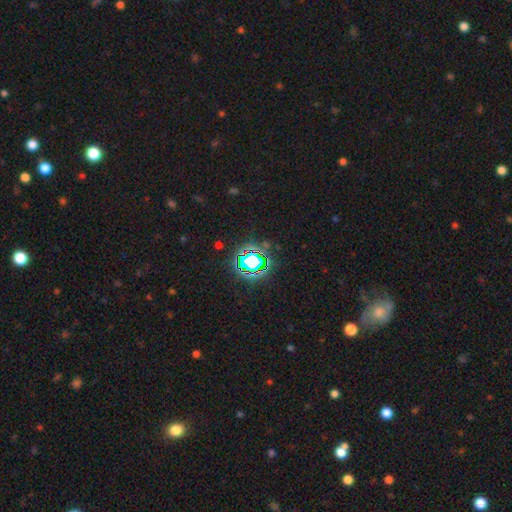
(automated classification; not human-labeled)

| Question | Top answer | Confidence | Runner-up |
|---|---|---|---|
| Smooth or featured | star or artifact | 70% | smooth (20%) |